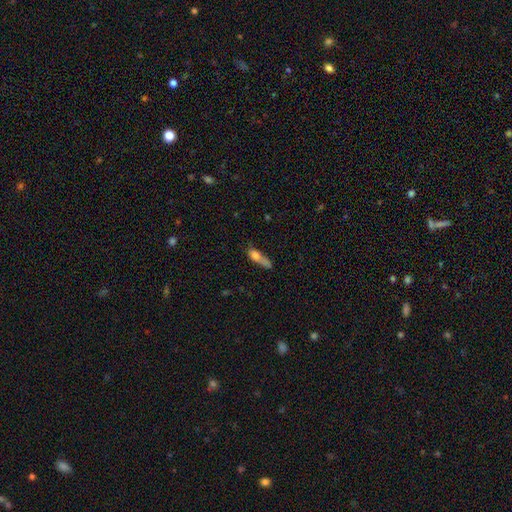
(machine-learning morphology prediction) smooth 69%, featured or disk 21%, star or artifact 10%. Down the decision tree: how rounded — in between (47%, tied with cigar-shaped); merging — none (33%).